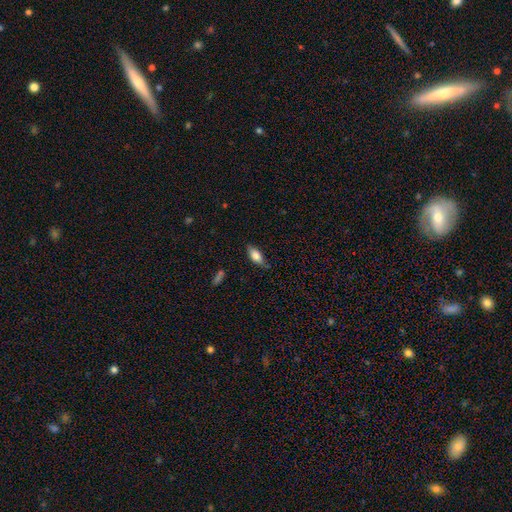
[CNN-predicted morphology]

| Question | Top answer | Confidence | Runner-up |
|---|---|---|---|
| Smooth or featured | smooth | 78% | featured or disk (15%) |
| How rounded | in between | 83% | cigar-shaped (14%) |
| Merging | none | 73% | minor disturbance (21%) |